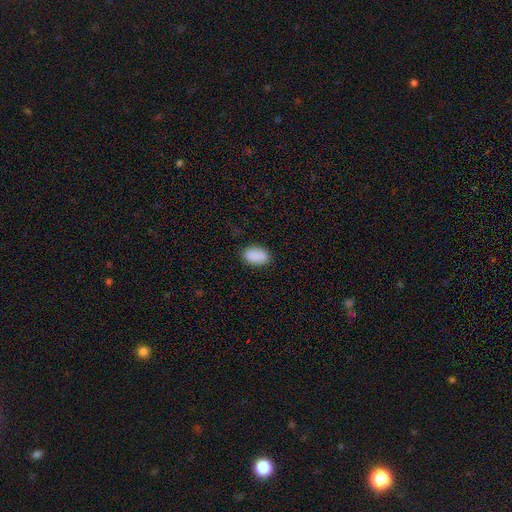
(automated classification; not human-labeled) This is clearly a smooth galaxy (90%). How rounded: clearly in between (92%). Merging: clearly none (87%).